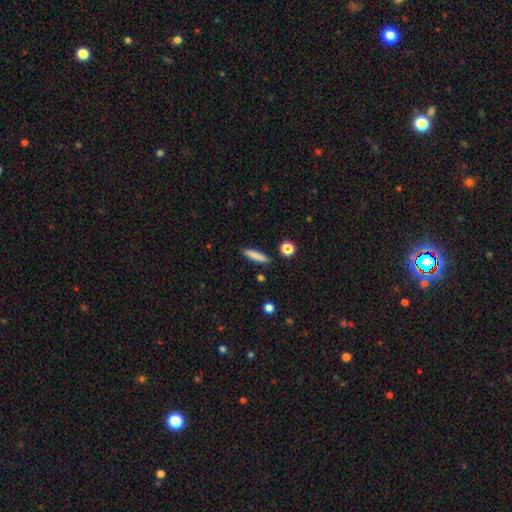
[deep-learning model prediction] Overall: smooth (83%). How rounded: cigar-shaped (85%). Merging: none (88%).